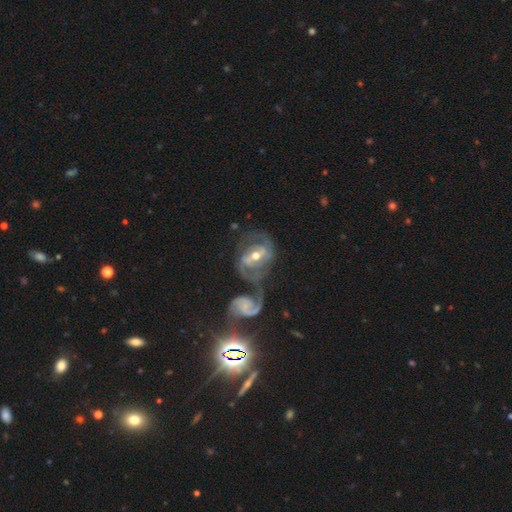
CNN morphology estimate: featured or disk 85%, smooth 8%, star or artifact 7%. Down the decision tree: edge-on disk — no (96%); bar — strong (45%); spiral arms — yes (92%); spiral arm count — 2 (79%); spiral winding — medium (50%); bulge size — moderate (63%); merging — none (43%).